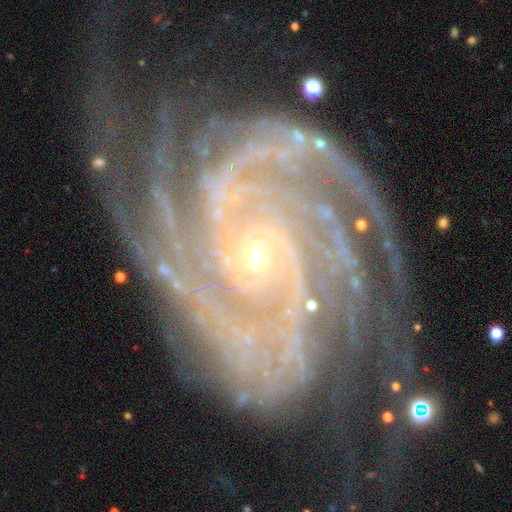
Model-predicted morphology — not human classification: This is clearly a featured or disk galaxy (92%). It is clearly not viewed edge-on (98%). Bar: likely no (62%). Spiral arm pattern: clearly yes (99%). Spiral arm count: marginally more than 4 (20%). Spiral winding: likely tight (71%). Central bulge: likely small (78%). Merging: likely none (72%).